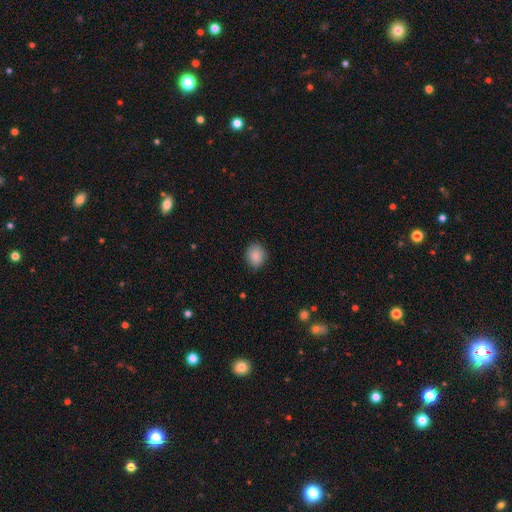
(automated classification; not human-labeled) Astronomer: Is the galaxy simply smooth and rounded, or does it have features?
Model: smooth — 87%.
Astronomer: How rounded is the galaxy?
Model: round — 63%.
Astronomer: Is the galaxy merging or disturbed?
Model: none — 81%.